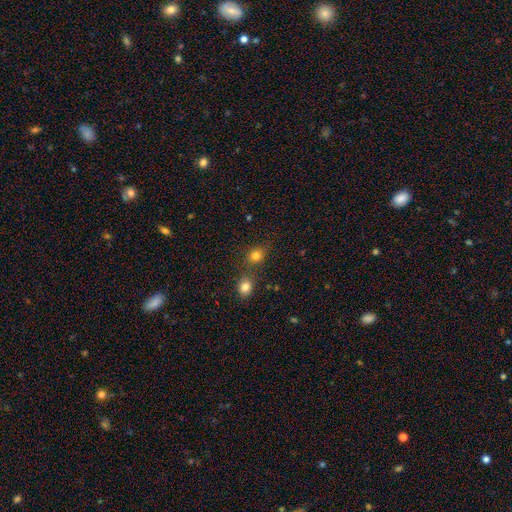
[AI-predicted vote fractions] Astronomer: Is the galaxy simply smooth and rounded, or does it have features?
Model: smooth — 80%.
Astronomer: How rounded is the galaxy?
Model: round — 73%.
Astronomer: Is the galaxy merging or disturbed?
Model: none — 63%.